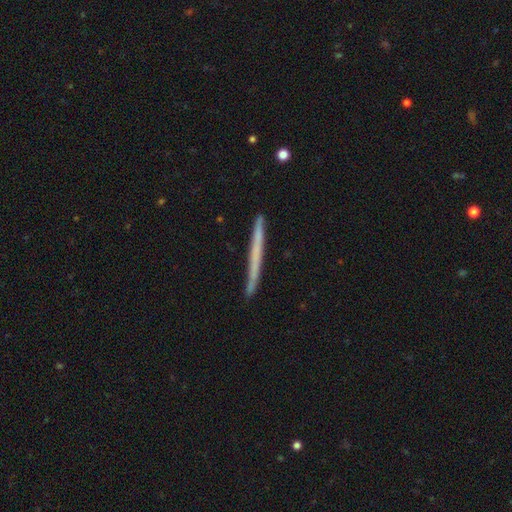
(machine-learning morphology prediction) The model was most divided on "smooth or featured": smooth: 49%, featured or disk: 44%, star or artifact: 6%. More confident: merging — none (89%).